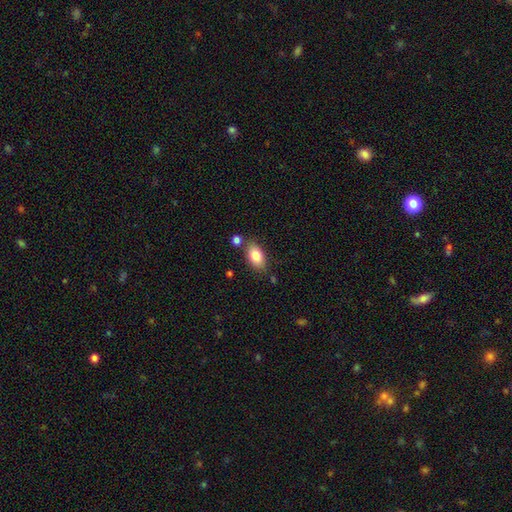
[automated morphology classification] smooth-or-featured: smooth: 82% | featured or disk: 10% | star or artifact: 7%
  how-rounded: in between: 91% | round: 6% | cigar-shaped: 3%
  merging: none: 75% | minor disturbance: 13% | merger: 9% | major disturbance: 3%